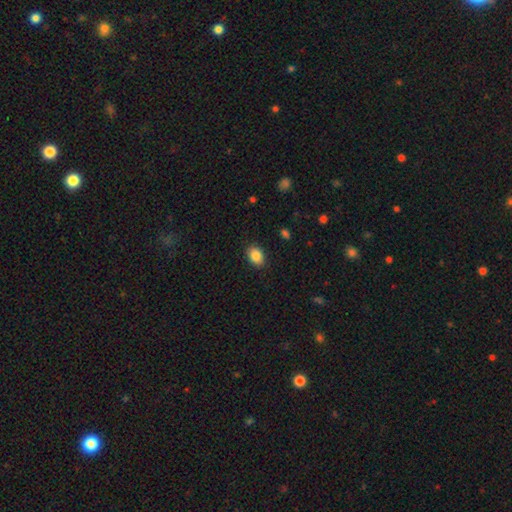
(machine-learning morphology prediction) Smooth or featured: smooth — 86% (star or artifact — 8%)
How rounded: in between — 73% (round — 26%)
Merging: none — 88% (minor disturbance — 8%)